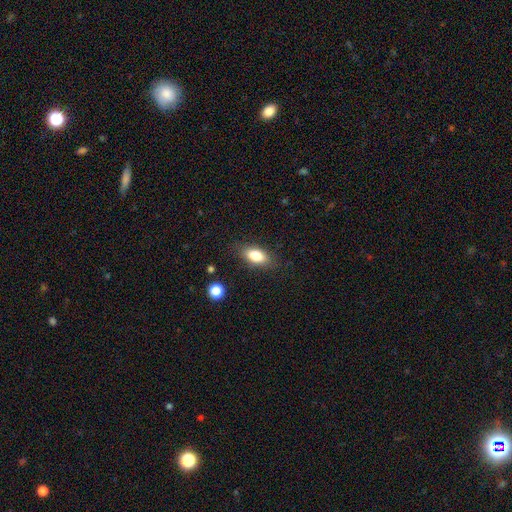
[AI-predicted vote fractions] A smooth galaxy with no disk features (80%) that is in between round and cigar-shaped (86%).

Vote fractions:
- Smooth or featured? smooth: 80% / featured or disk: 12% / star or artifact: 8%
- How rounded? in between: 86% / cigar-shaped: 9% / round: 6%
- Merging? none: 83% / minor disturbance: 12% / major disturbance: 3% / merger: 1%